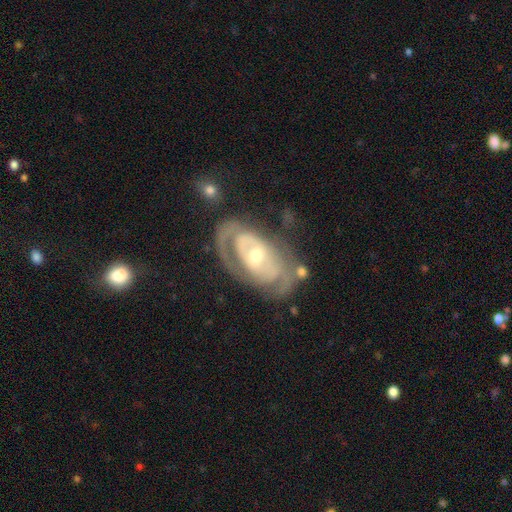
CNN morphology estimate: Smooth or featured? featured or disk (84%)
Edge-on disk? no (94%)
Bar? no (62%)
Spiral arms? yes (83%)
Spiral winding? tight (63%)
Spiral arm count? 2 (46%)
Bulge size? moderate (55%)
Merging? none (59%)